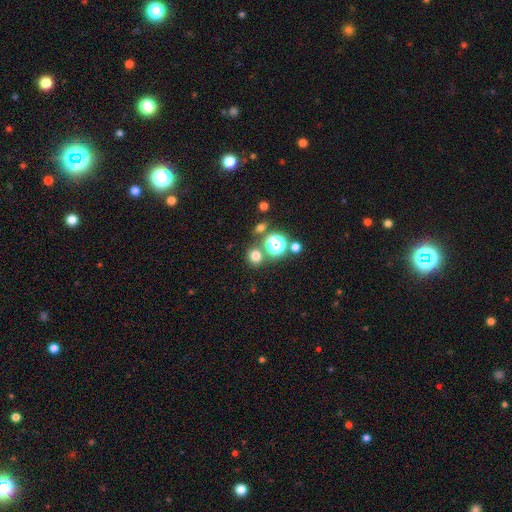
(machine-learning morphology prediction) Overall: smooth (70%). How rounded: round (83%). Merging: none (75%).